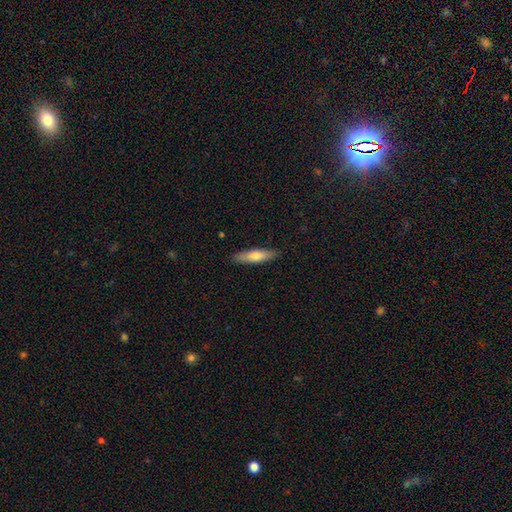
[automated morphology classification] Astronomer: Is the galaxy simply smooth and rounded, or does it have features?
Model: smooth — 68%.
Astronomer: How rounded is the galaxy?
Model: cigar-shaped — 69%.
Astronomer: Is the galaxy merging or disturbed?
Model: none — 88%.